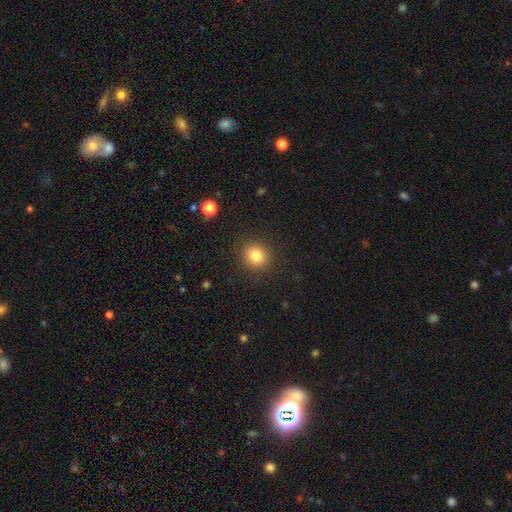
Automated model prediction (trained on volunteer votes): smooth-or-featured: smooth: 82% | star or artifact: 11% | featured or disk: 7%
  how-rounded: round: 82% | in between: 17% | cigar-shaped: 1%
  merging: none: 89% | minor disturbance: 7% | major disturbance: 3% | merger: 1%